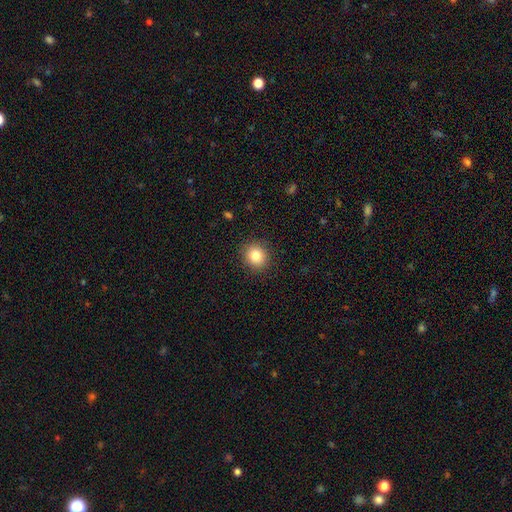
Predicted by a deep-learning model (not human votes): Smooth or featured: smooth — 84% (star or artifact — 10%)
How rounded: round — 84% (in between — 15%)
Merging: none — 89% (minor disturbance — 7%)